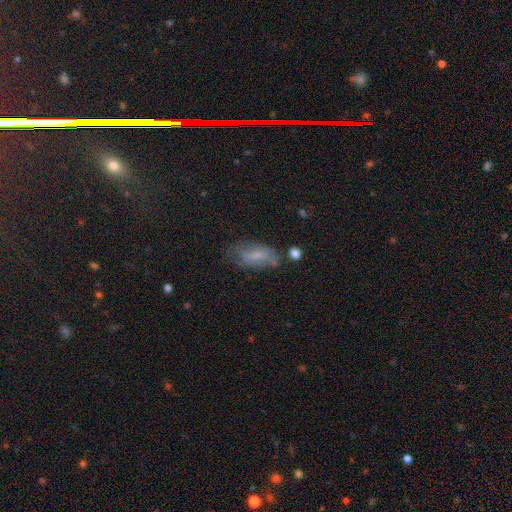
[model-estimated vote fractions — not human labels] smooth-or-featured: smooth: 53% | featured or disk: 34% | star or artifact: 12%
  how-rounded: in between: 85% | cigar-shaped: 11% | round: 4%
  merging: none: 56% | minor disturbance: 27% | major disturbance: 12% | merger: 5%